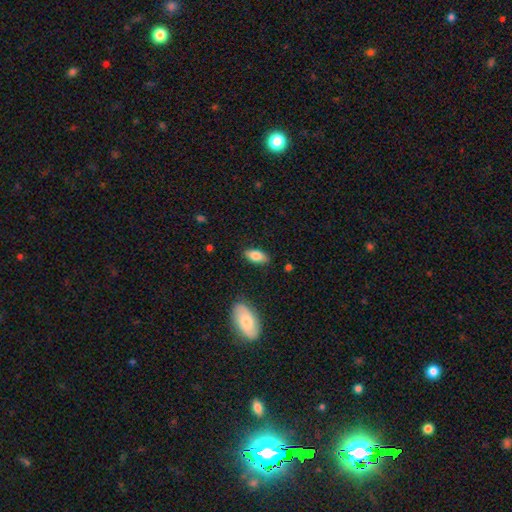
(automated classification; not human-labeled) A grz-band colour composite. It shows a smooth galaxy with no disk features (80%) that is in between round and cigar-shaped (89%). Merging: none (85%).